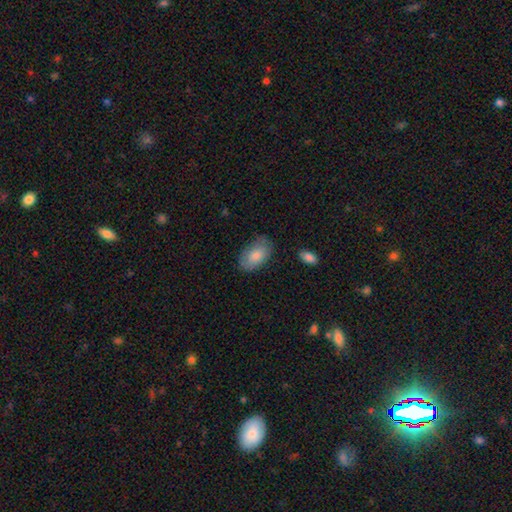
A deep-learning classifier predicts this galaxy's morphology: Q: Smooth or featured?
A: smooth (82%); runner-up: featured or disk (12%)
Q: How rounded?
A: in between (93%); runner-up: round (5%)
Q: Merging?
A: none (76%); runner-up: minor disturbance (18%)